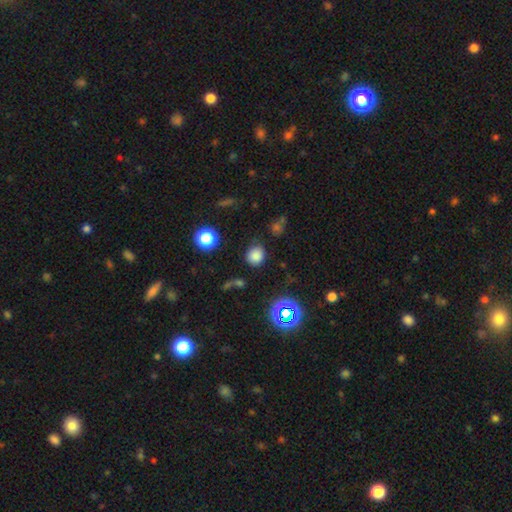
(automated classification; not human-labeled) Overall: smooth (77%). How rounded: round (81%). Merging: none (80%).